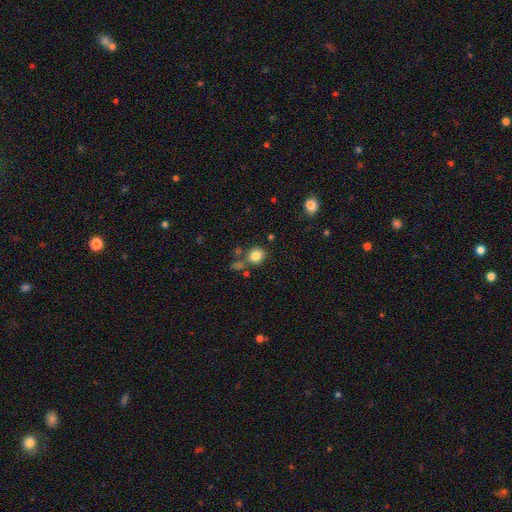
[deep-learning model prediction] Smooth or featured: smooth — 83% (star or artifact — 11%)
How rounded: round — 75% (in between — 24%)
Merging: none — 73% (merger — 12%)